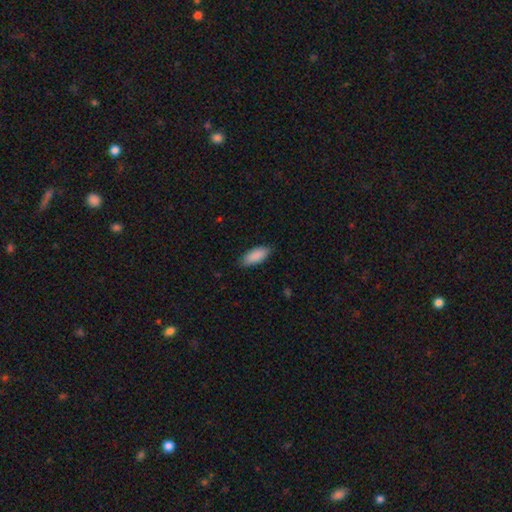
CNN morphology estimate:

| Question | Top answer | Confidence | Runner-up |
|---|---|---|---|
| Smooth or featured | smooth | 90% | star or artifact (6%) |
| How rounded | in between | 84% | cigar-shaped (15%) |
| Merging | none | 84% | minor disturbance (13%) |